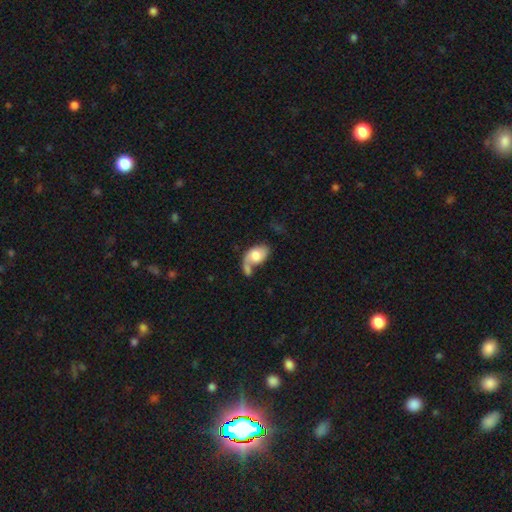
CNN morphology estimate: Smooth or featured? smooth (56%)
How rounded? in between (86%)
Merging? merger (41%)